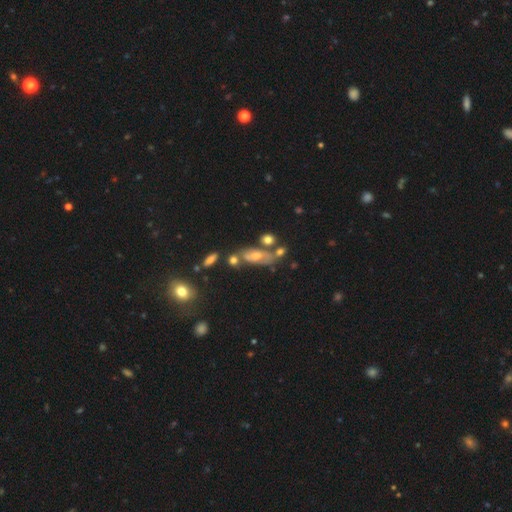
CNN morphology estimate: smooth-or-featured: featured or disk: 47% | smooth: 35% | star or artifact: 17%
  merging: none: 52% | merger: 21% | minor disturbance: 17% | major disturbance: 10%